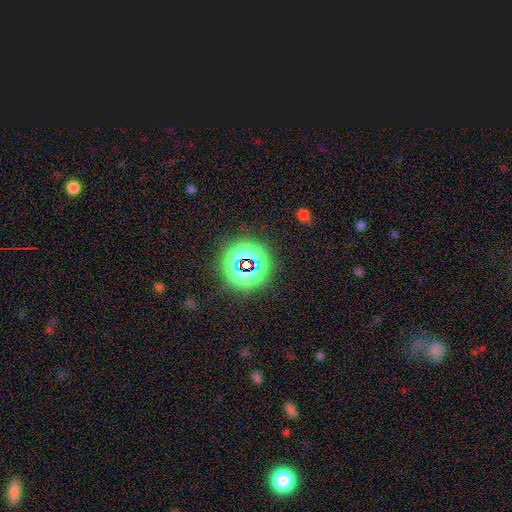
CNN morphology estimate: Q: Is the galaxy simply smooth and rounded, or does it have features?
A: star or artifact — 74%.